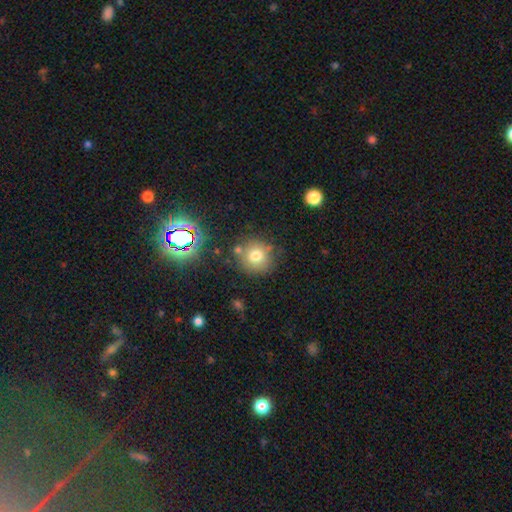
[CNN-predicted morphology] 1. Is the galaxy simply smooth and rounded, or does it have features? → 73% smooth, 16% star or artifact, 11% featured or disk.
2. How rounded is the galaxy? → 90% round, 9% in between, 1% cigar-shaped.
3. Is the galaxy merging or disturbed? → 76% none, 12% minor disturbance, 9% merger, 4% major disturbance.